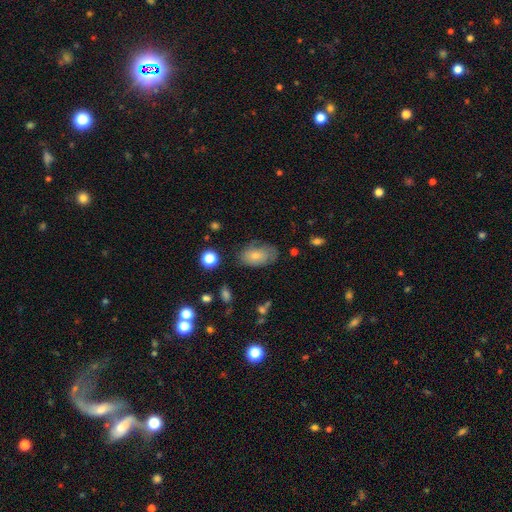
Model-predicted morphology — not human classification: smooth-or-featured: smooth: 75% | featured or disk: 18% | star or artifact: 8%
  how-rounded: in between: 91% | round: 7% | cigar-shaped: 2%
  merging: none: 63% | minor disturbance: 26% | major disturbance: 9% | merger: 2%